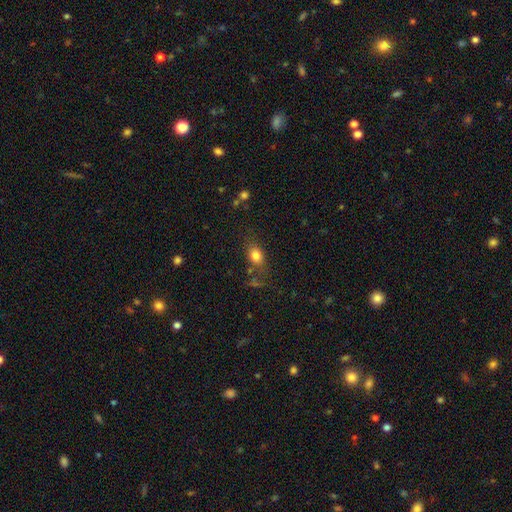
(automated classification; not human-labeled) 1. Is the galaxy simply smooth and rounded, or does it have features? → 79% smooth, 11% star or artifact, 10% featured or disk.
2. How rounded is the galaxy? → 60% in between, 38% round, 3% cigar-shaped.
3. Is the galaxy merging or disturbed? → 68% none, 17% minor disturbance, 8% major disturbance, 6% merger.